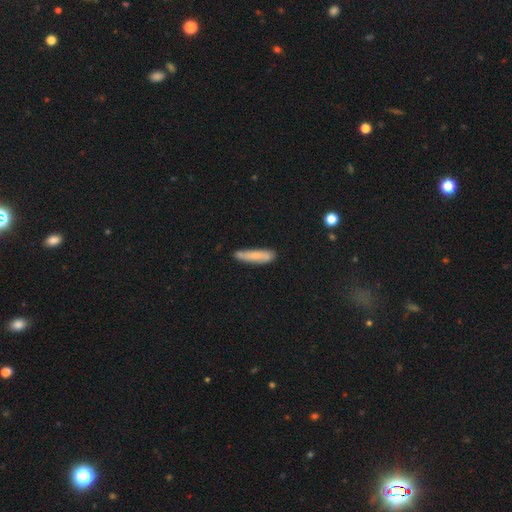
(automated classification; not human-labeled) The model was most divided on "smooth or featured": smooth: 70%, featured or disk: 23%, star or artifact: 7%. More confident: how rounded — cigar-shaped (84%); merging — none (74%).